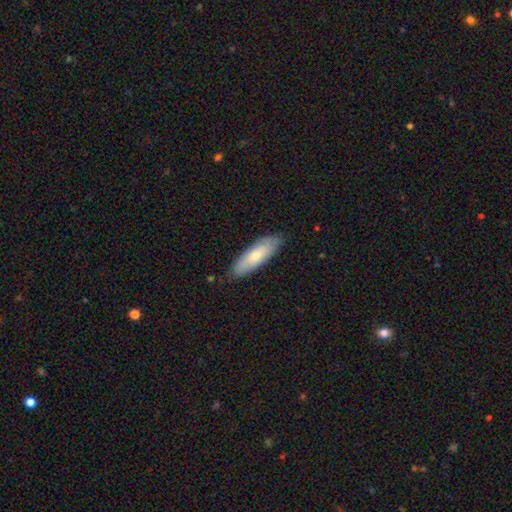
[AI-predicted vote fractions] This is likely a smooth galaxy (72%). How rounded: possibly in between (51%). Merging: clearly none (83%).